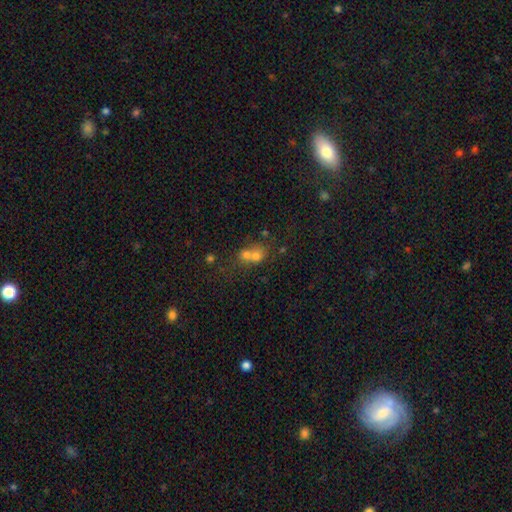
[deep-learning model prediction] Smooth or featured? smooth (67%)
How rounded? round (67%)
Merging? merger (67%)